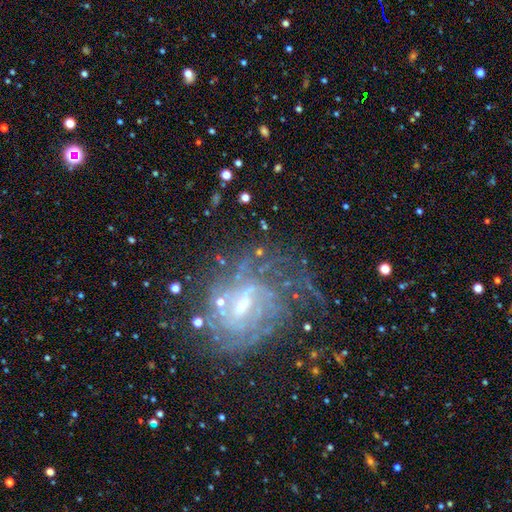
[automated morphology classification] A featured or disk galaxy (69%) with a weak bar (45%), tight (65%) spiral arms (89%) and a small central bulge (61%). Merging: none (65%).